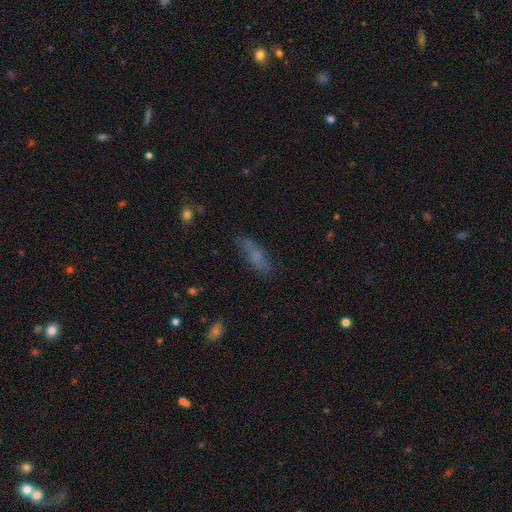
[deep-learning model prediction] This appears to be a smooth galaxy with no disk features (66%) that is in between round and cigar-shaped (49%). Merging: none (72%).